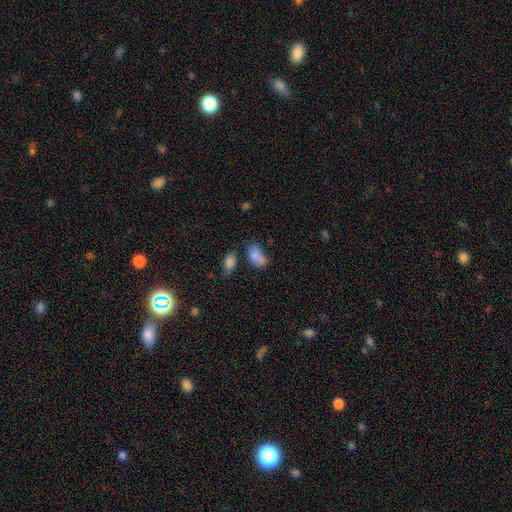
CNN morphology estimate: smooth-or-featured: smooth: 79% | featured or disk: 12% | star or artifact: 10%
  how-rounded: in between: 89% | round: 8% | cigar-shaped: 2%
  merging: none: 40% | merger: 25% | minor disturbance: 25% | major disturbance: 10%